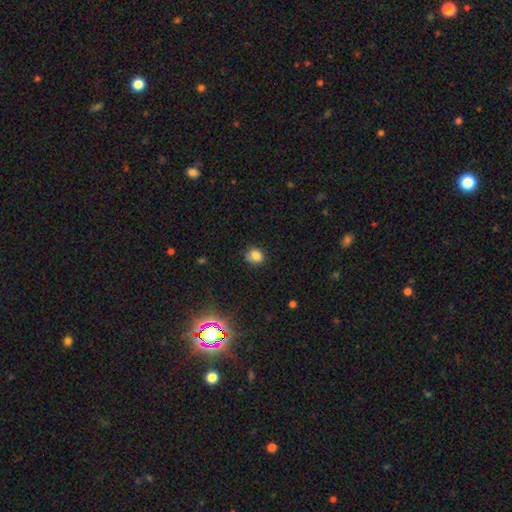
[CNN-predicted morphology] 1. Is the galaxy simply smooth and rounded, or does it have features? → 81% smooth, 12% star or artifact, 7% featured or disk.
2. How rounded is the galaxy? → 65% round, 34% in between, 1% cigar-shaped.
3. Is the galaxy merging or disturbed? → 75% none, 19% minor disturbance, 4% major disturbance, 2% merger.